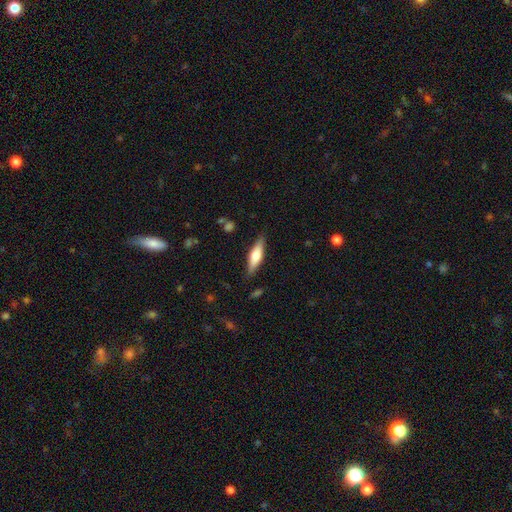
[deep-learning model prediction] smooth_or_featured: smooth (p=0.53) [alt: featured or disk p=0.41]
how_rounded: cigar-shaped (p=0.59) [alt: in between p=0.39]
merging: none (p=0.86) [alt: minor disturbance p=0.10]